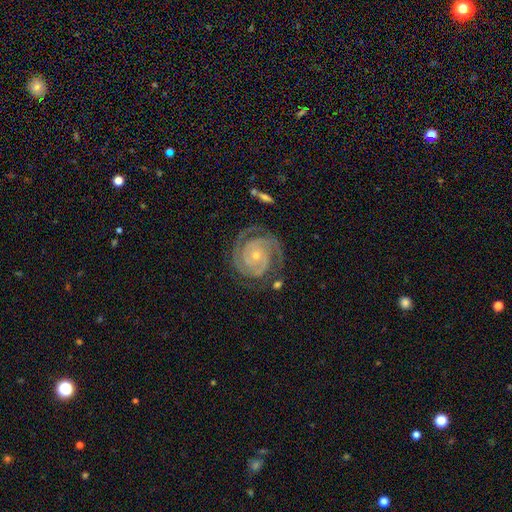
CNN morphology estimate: Smooth or featured?
  - featured or disk: 92% *
  - star or artifact: 4%
  - smooth: 3%
Edge-on disk?
  - no: 98% *
  - yes: 2%
Bar?
  - no: 73% *
  - weak: 19%
  - strong: 8%
Spiral arms?
  - yes: 99% *
  - no: 1%
Spiral winding?
  - tight: 80% *
  - medium: 18%
  - loose: 2%
Spiral arm count?
  - 2: 72% *
  - 3: 15%
  - can't tell: 5%
  - 4: 3%
  - 1: 3%
  - more than 4: 3%
Bulge size?
  - small: 71% *
  - moderate: 26%
  - none: 1%
  - large: 1%
  - dominant: 1%
Merging?
  - none: 77% *
  - minor disturbance: 15%
  - major disturbance: 6%
  - merger: 2%